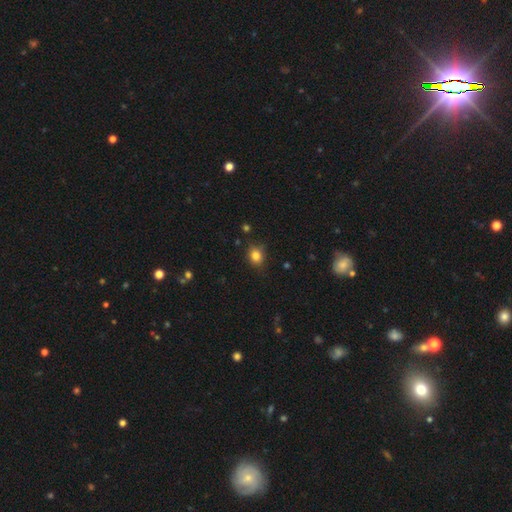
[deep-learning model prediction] smooth_or_featured: smooth (p=0.83) [alt: star or artifact p=0.11]
how_rounded: round (p=0.57) [alt: in between p=0.42]
merging: none (p=0.80) [alt: minor disturbance p=0.15]